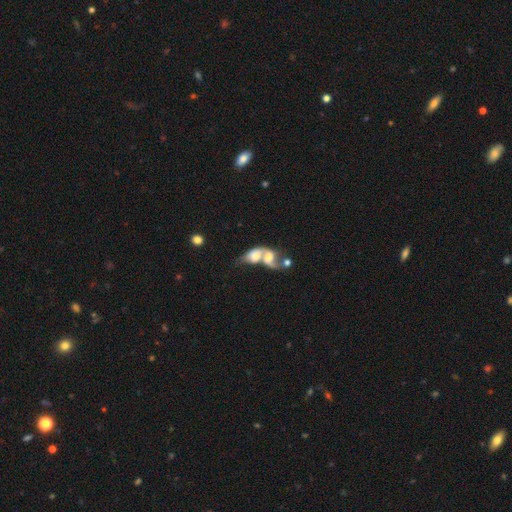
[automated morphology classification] This appears to be a featured or disk galaxy (55%) with no bar (66%), spiral arms (66%) and a moderate central bulge (35%). Merging: merger (79%).